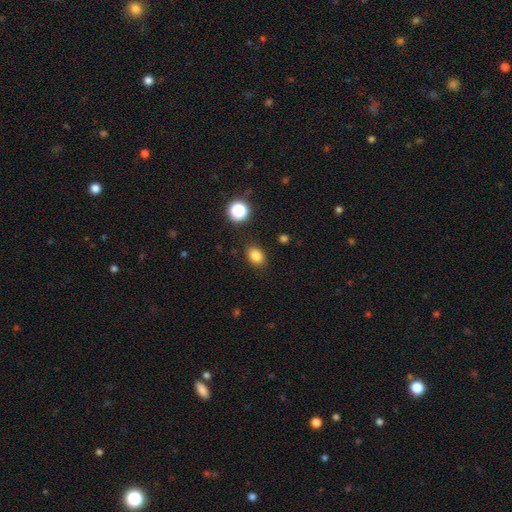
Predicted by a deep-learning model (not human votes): Smooth or featured? Predicted: smooth (p=0.83). How rounded? Predicted: in between (p=0.65). Merging? Predicted: none (p=0.85).